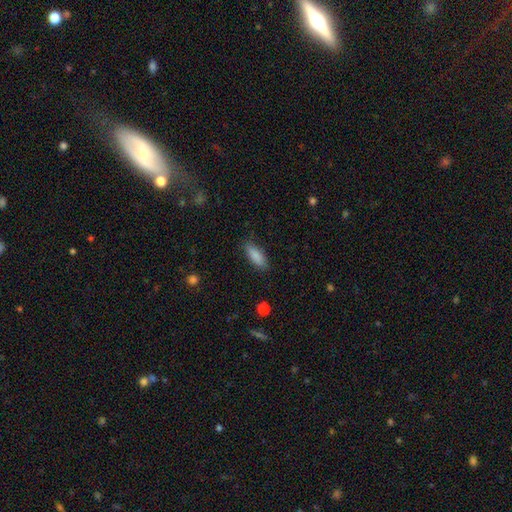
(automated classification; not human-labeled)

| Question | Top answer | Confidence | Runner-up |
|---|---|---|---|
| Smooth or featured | smooth | 87% | star or artifact (7%) |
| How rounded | in between | 63% | cigar-shaped (35%) |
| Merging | none | 84% | minor disturbance (12%) |